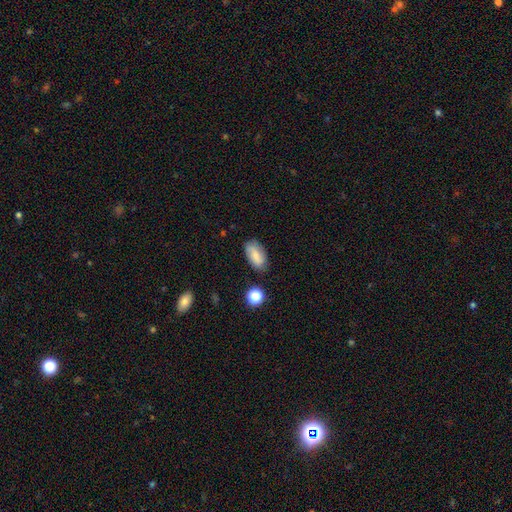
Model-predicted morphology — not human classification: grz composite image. It shows a smooth galaxy with no disk features (73%) that is in between round and cigar-shaped (91%). Merging: none (77%).